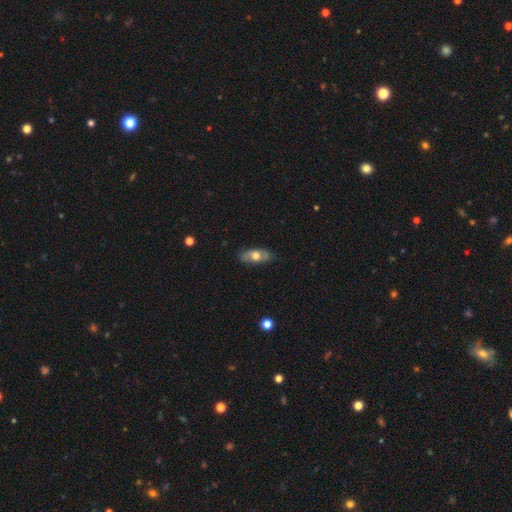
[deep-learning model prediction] smooth-or-featured: smooth: 54% | featured or disk: 40% | star or artifact: 7%
  how-rounded: in between: 81% | cigar-shaped: 15% | round: 5%
  merging: none: 81% | minor disturbance: 15% | major disturbance: 3% | merger: 1%